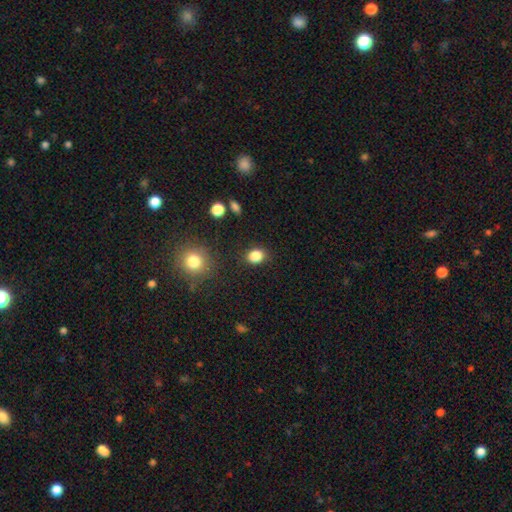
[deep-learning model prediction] Morphology: type=smooth (84%); roundness=round (53%); merging=none (85%).